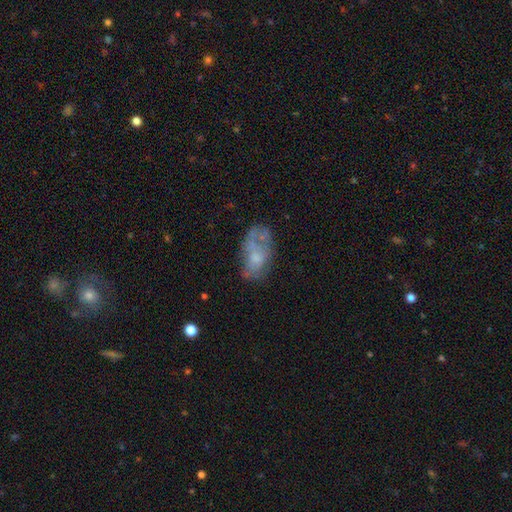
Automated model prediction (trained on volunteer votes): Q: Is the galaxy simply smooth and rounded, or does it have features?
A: smooth — 49%.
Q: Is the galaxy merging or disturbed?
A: none — 41%.